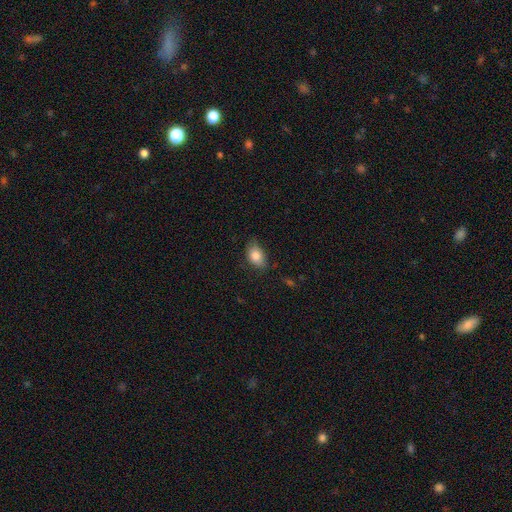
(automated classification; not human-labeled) Smooth or featured?
  - smooth: 84% *
  - star or artifact: 8%
  - featured or disk: 8%
How rounded?
  - in between: 82% *
  - round: 16%
  - cigar-shaped: 2%
Merging?
  - none: 75% *
  - minor disturbance: 20%
  - major disturbance: 4%
  - merger: 1%